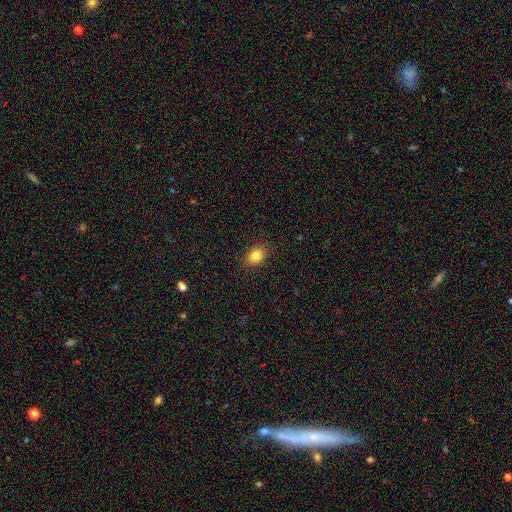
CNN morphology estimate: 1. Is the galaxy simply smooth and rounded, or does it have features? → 84% smooth, 10% star or artifact, 6% featured or disk.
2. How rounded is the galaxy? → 68% in between, 31% round, 1% cigar-shaped.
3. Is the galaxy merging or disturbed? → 89% none, 8% minor disturbance, 2% major disturbance, 1% merger.